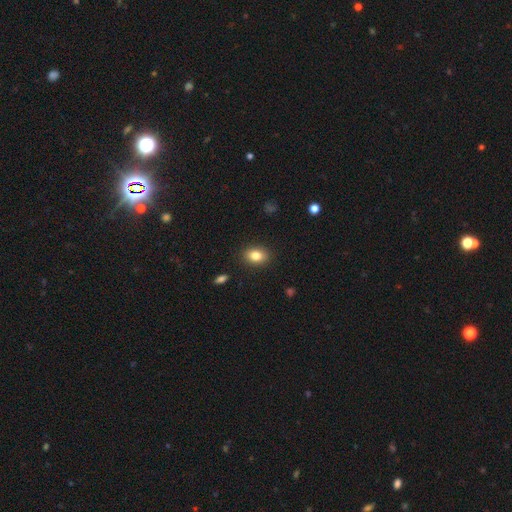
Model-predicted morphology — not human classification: Smooth or featured? smooth (83%)
How rounded? in between (75%)
Merging? none (89%)